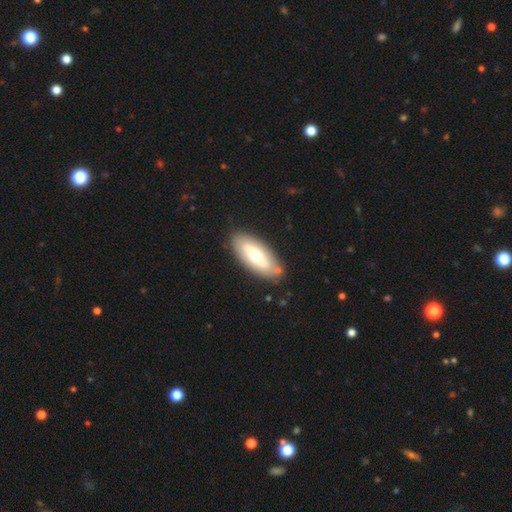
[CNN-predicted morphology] smooth 57%, featured or disk 38%, star or artifact 5%. Down the decision tree: how rounded — in between (82%); merging — none (81%).